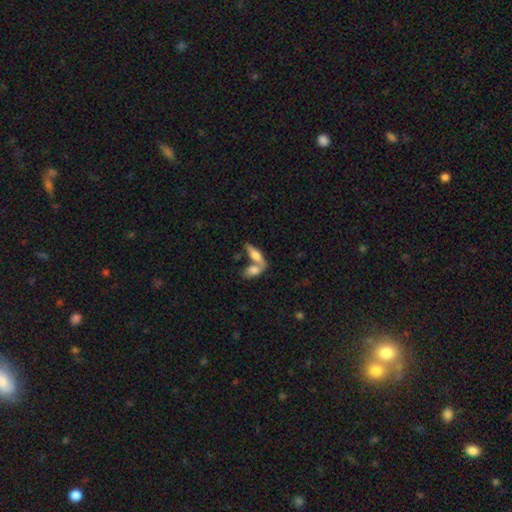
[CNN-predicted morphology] A smooth galaxy with no disk features (58%) that is in between round and cigar-shaped (61%).

Vote fractions:
- Smooth or featured? smooth: 58% / featured or disk: 35% / star or artifact: 7%
- How rounded? in between: 61% / cigar-shaped: 35% / round: 4%
- Merging? merger: 49% / none: 38% / minor disturbance: 8% / major disturbance: 4%